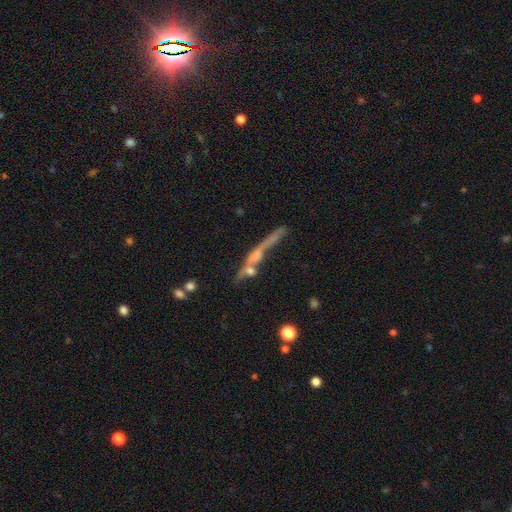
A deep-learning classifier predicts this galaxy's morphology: smooth-or-featured: featured or disk: 58% | smooth: 28% | star or artifact: 14%
  disk-edge-on: yes: 79% | no: 21%
  merging: none: 44% | merger: 28% | minor disturbance: 15% | major disturbance: 13%